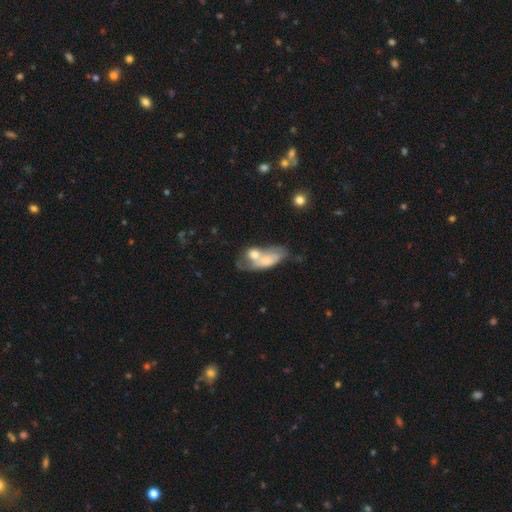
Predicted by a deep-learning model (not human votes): Smooth or featured? smooth (45%)
Merging? merger (50%)